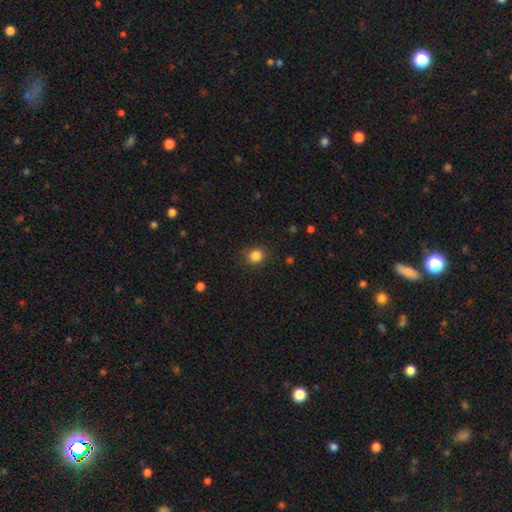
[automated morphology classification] Smooth or featured? Predicted: smooth (p=0.85). How rounded? Predicted: round (p=0.86). Merging? Predicted: none (p=0.86).